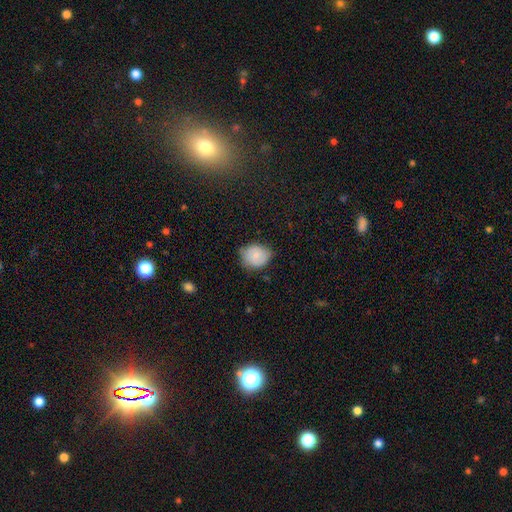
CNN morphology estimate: A smooth galaxy with no disk features (79%) that is round (63%). Merging: none (62%).